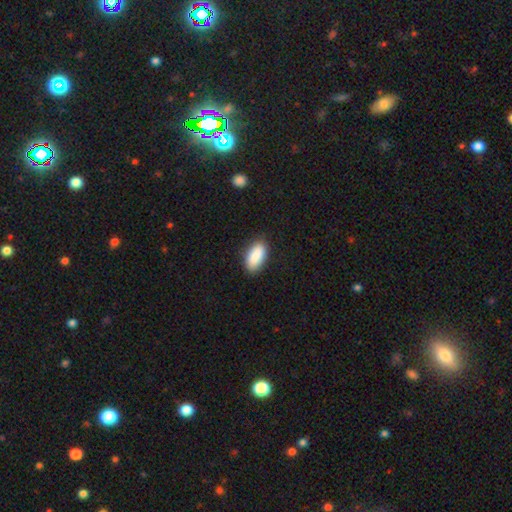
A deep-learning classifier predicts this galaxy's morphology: smooth 90%, star or artifact 6%, featured or disk 4%. Down the decision tree: how rounded — in between (92%); merging — none (86%).